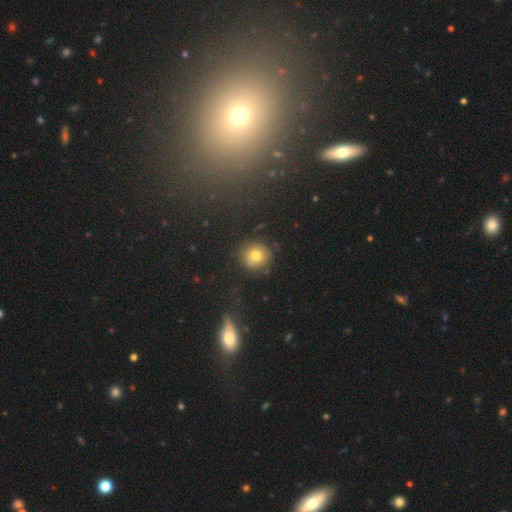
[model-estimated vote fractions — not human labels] Morphology: type=smooth (72%); roundness=round (91%); merging=none (83%).